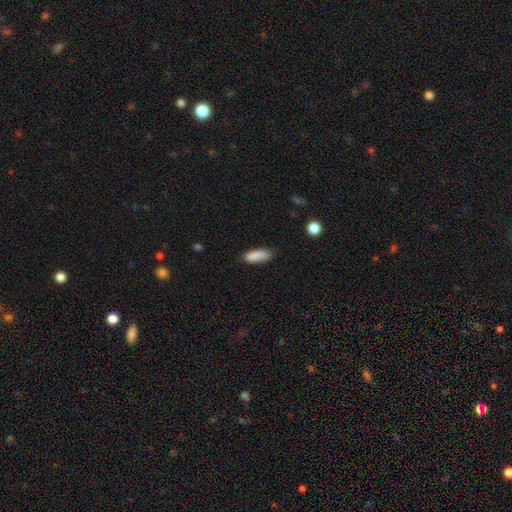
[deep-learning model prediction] A smooth galaxy with no disk features (87%) that is in between round and cigar-shaped (61%).

Vote fractions:
- Smooth or featured? smooth: 87% / star or artifact: 7% / featured or disk: 5%
- How rounded? in between: 61% / cigar-shaped: 37% / round: 2%
- Merging? none: 73% / minor disturbance: 21% / major disturbance: 4% / merger: 2%